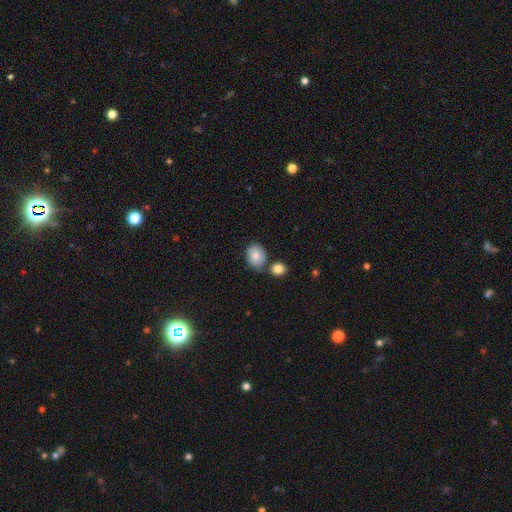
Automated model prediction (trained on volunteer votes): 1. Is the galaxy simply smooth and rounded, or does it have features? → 86% smooth, 7% star or artifact, 7% featured or disk.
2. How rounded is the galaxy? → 58% in between, 41% round, 1% cigar-shaped.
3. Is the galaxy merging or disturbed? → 61% none, 18% merger, 17% minor disturbance, 4% major disturbance.